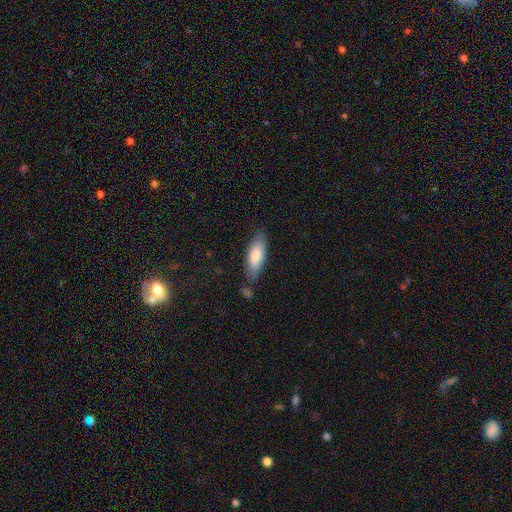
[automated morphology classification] smooth_or_featured: smooth (p=0.81) [alt: featured or disk p=0.13]
how_rounded: in between (p=0.69) [alt: cigar-shaped p=0.29]
merging: none (p=0.73) [alt: minor disturbance p=0.19]